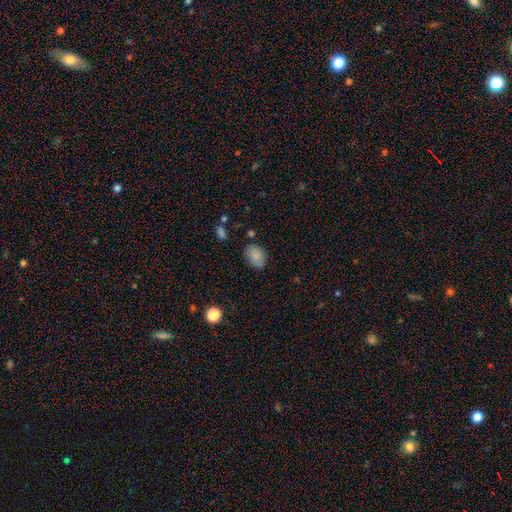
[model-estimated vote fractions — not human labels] Smooth or featured: smooth — 84% (star or artifact — 9%)
How rounded: in between — 79% (round — 20%)
Merging: none — 69% (minor disturbance — 23%)